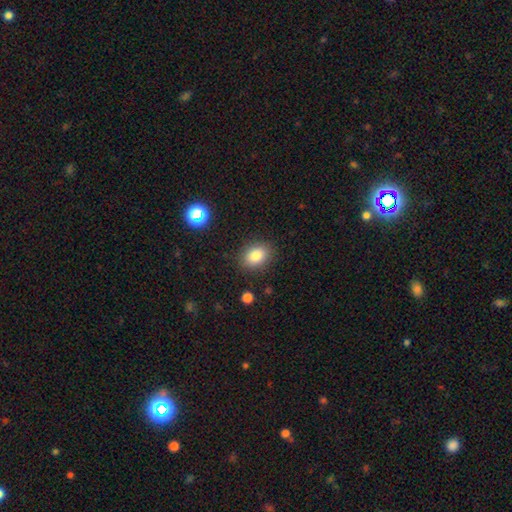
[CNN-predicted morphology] This appears to be a smooth galaxy with no disk features (82%) that is in between round and cigar-shaped (68%). Merging: none (86%).